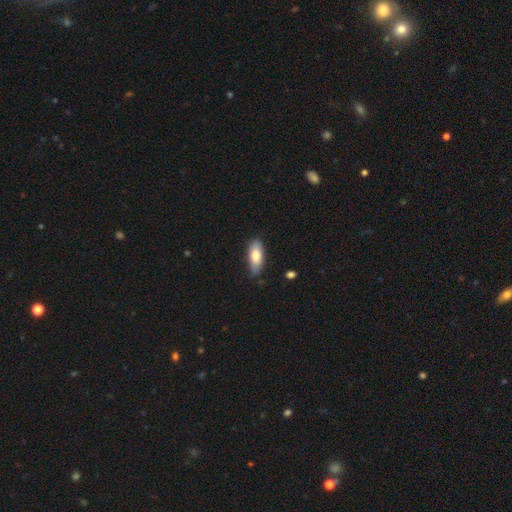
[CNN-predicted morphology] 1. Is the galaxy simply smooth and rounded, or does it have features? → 77% smooth, 17% featured or disk, 6% star or artifact.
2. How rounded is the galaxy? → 79% in between, 18% cigar-shaped, 2% round.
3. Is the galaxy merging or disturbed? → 75% none, 20% minor disturbance, 3% major disturbance, 2% merger.